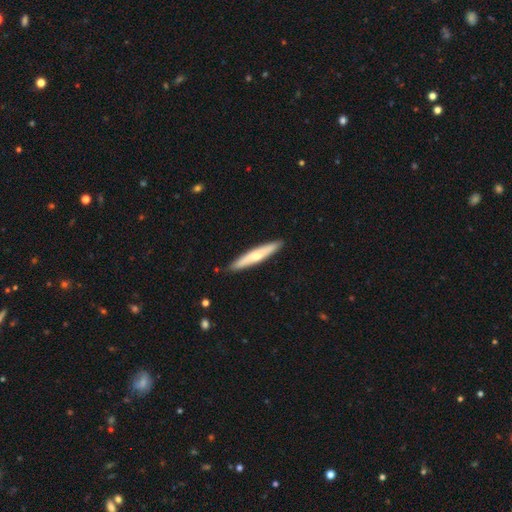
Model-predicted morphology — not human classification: Smooth or featured? smooth (52%)
How rounded? cigar-shaped (91%)
Merging? none (90%)